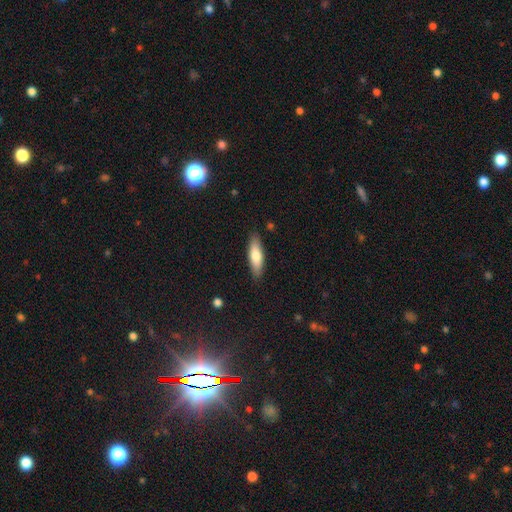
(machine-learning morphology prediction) Smooth or featured?
  - smooth: 74% *
  - featured or disk: 20%
  - star or artifact: 6%
How rounded?
  - in between: 50% *
  - cigar-shaped: 48%
  - round: 2%
Merging?
  - none: 86% *
  - minor disturbance: 10%
  - major disturbance: 2%
  - merger: 1%